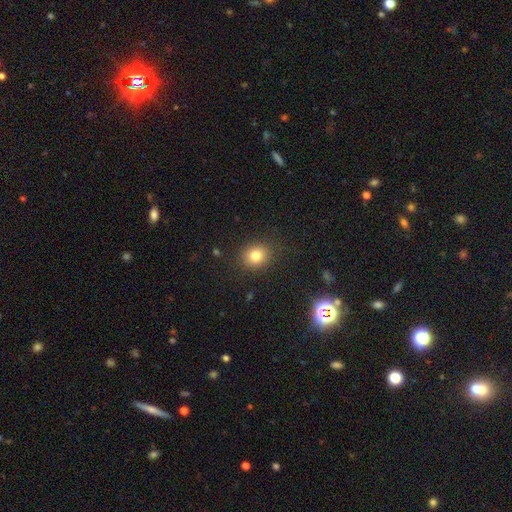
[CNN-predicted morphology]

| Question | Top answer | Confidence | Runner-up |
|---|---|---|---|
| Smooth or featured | smooth | 80% | star or artifact (12%) |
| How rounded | round | 72% | in between (27%) |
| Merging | none | 87% | minor disturbance (8%) |